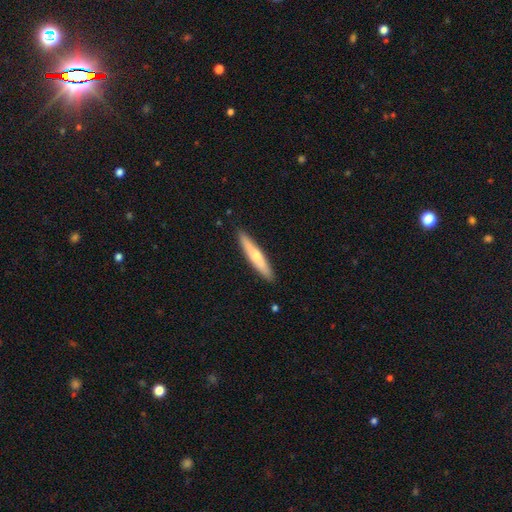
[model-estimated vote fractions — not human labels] Q: Smooth or featured?
A: smooth (51%); runner-up: featured or disk (43%)
Q: How rounded?
A: cigar-shaped (91%); runner-up: in between (8%)
Q: Merging?
A: none (91%); runner-up: minor disturbance (7%)